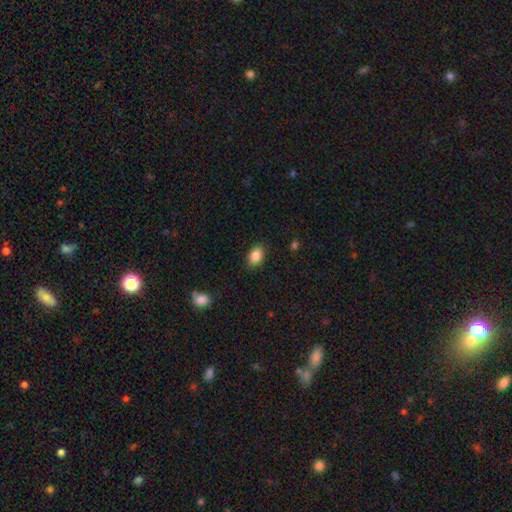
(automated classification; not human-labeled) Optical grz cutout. It shows a smooth galaxy with no disk features (87%) that is in between round and cigar-shaped (82%). Merging: none (85%).